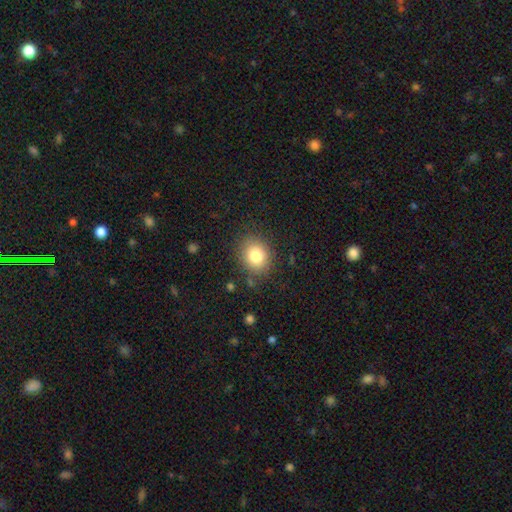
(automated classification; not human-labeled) The model was most divided on "how rounded": round: 70%, in between: 29%, cigar-shaped: 1%. More confident: merging — none (84%); smooth or featured — smooth (81%).